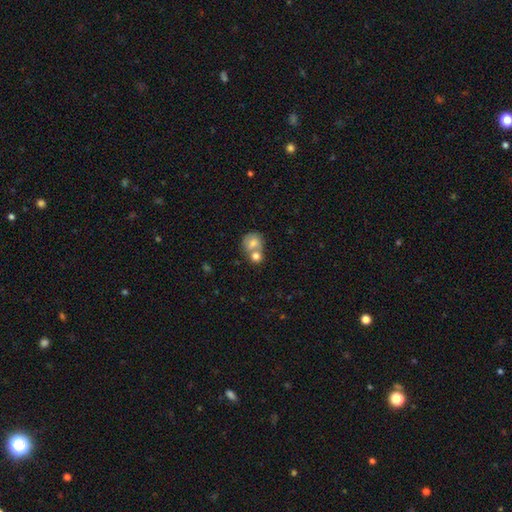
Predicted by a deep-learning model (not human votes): The model was most divided on "merging": merger: 58%, none: 30%, minor disturbance: 8%, major disturbance: 4%. More confident: how rounded — round (75%); smooth or featured — smooth (74%).